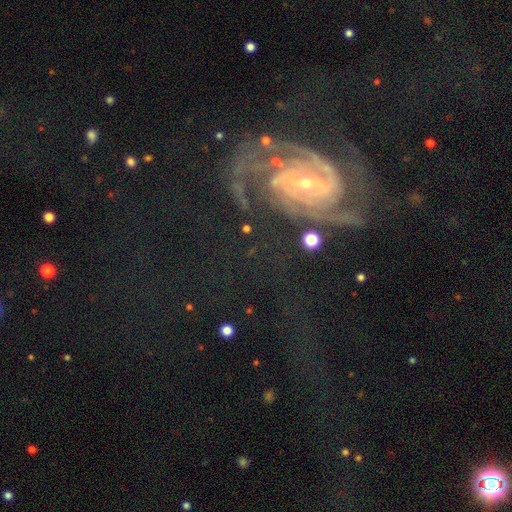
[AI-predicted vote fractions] A featured or disk galaxy (76%) with a weak bar (39%, tied with no), 2 (56%) tight (44%) spiral arms (95%) and a small central bulge (75%).

Vote fractions:
- Smooth or featured? featured or disk: 76% / star or artifact: 16% / smooth: 8%
- Edge-on disk? no: 97% / yes: 3%
- Bar? weak: 39% (tied) / no: 39% (tied) / strong: 22%
- Spiral arms? yes: 95% / no: 5%
- Spiral winding? tight: 44% / medium: 41% / loose: 15%
- Spiral arm count? 2: 56% / can't tell: 14% / 3: 11% / 1: 7% / 4: 7% / more than 4: 7%
- Bulge size? small: 75% / moderate: 20% / large: 2% / none: 2% / dominant: 1%
- Merging? none: 58% / major disturbance: 21% / minor disturbance: 17% / merger: 4%